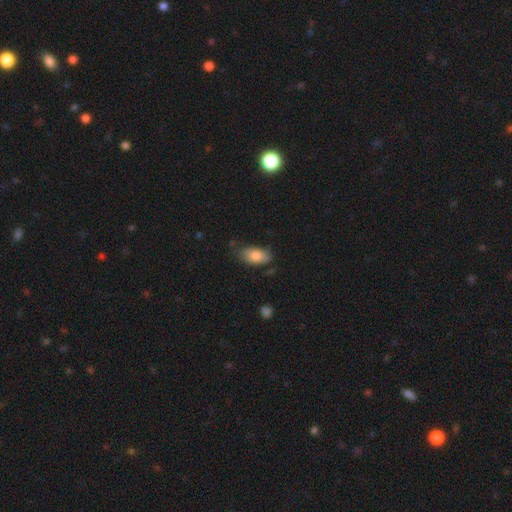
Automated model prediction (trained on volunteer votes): Smooth or featured?
  - smooth: 82% *
  - featured or disk: 11%
  - star or artifact: 7%
How rounded?
  - in between: 92% *
  - cigar-shaped: 5%
  - round: 4%
Merging?
  - none: 68% *
  - minor disturbance: 24%
  - major disturbance: 5%
  - merger: 3%